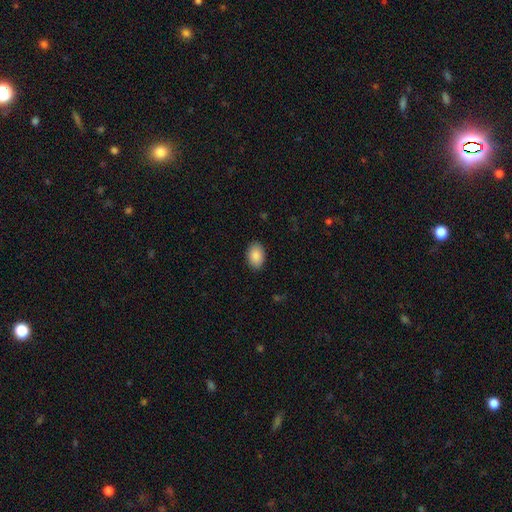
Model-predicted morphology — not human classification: Smooth or featured? Predicted: smooth (p=0.88). How rounded? Predicted: in between (p=0.88). Merging? Predicted: none (p=0.89).